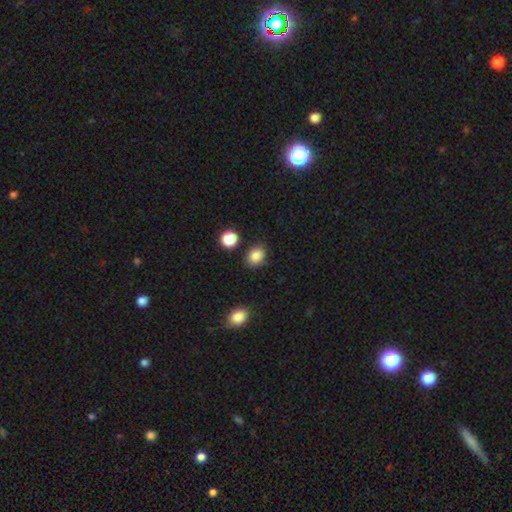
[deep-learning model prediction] A smooth galaxy with no disk features (86%) that is in between round and cigar-shaped (51%). Merging: none (81%).